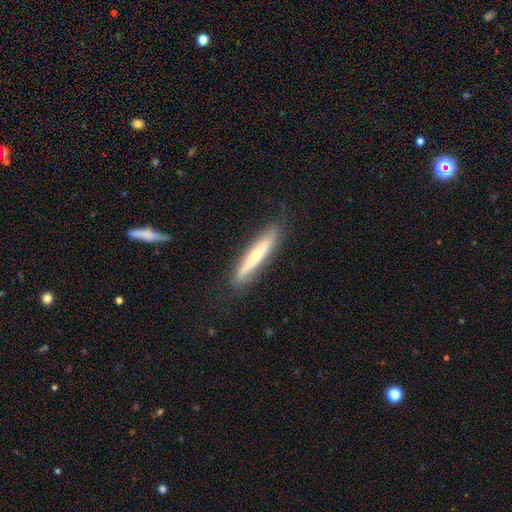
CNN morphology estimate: Smooth or featured?
  - featured or disk: 53% *
  - smooth: 41%
  - star or artifact: 6%
Edge-on disk?
  - yes: 76% *
  - no: 24%
Merging?
  - none: 81% *
  - minor disturbance: 14%
  - major disturbance: 4%
  - merger: 1%